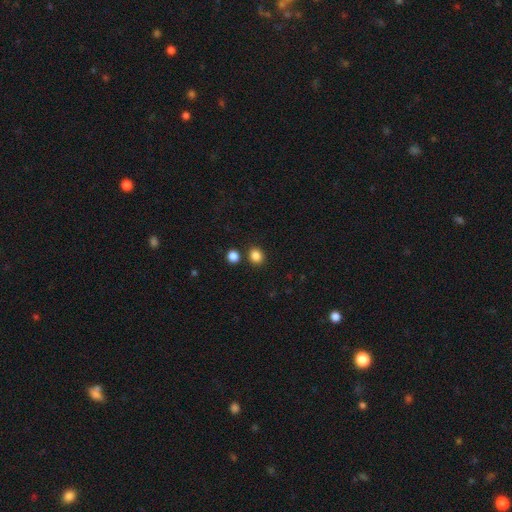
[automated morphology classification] This is clearly a smooth galaxy (85%). How rounded: likely round (72%). Merging: clearly none (82%).